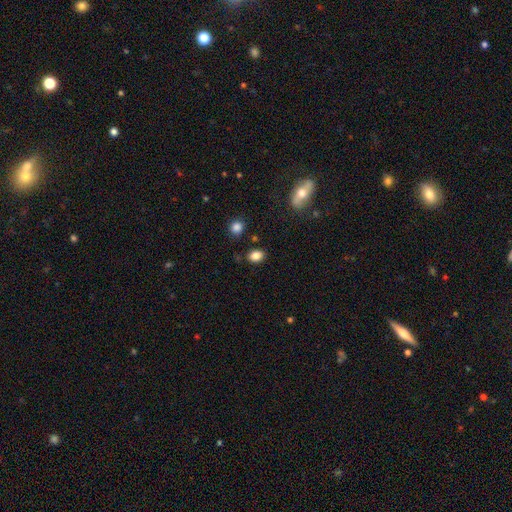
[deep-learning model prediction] Smooth or featured: smooth — 85% (star or artifact — 10%)
How rounded: in between — 70% (round — 29%)
Merging: none — 82% (minor disturbance — 12%)